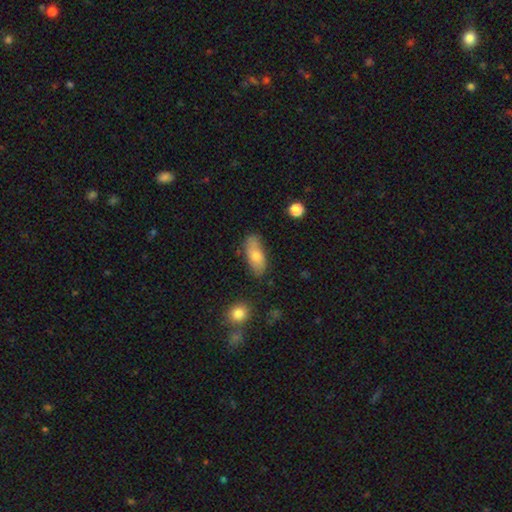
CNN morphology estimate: smooth-or-featured: smooth: 71% | featured or disk: 21% | star or artifact: 7%
  how-rounded: in between: 83% | cigar-shaped: 14% | round: 3%
  merging: none: 73% | minor disturbance: 20% | major disturbance: 4% | merger: 3%